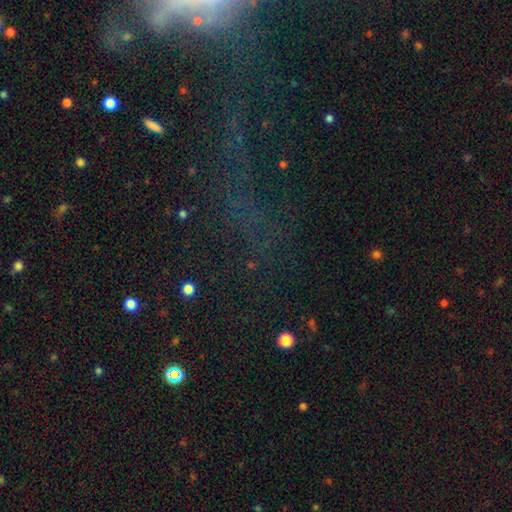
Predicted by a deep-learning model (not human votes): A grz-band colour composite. It shows a star or artifact, not a galaxy (60%).